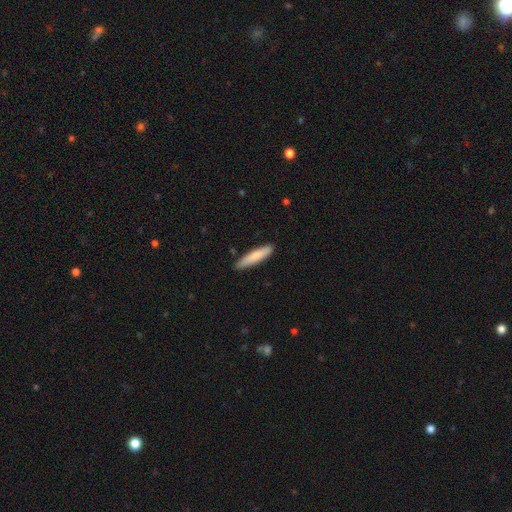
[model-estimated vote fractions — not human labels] Overall: smooth (80%). How rounded: cigar-shaped (86%). Merging: none (86%).